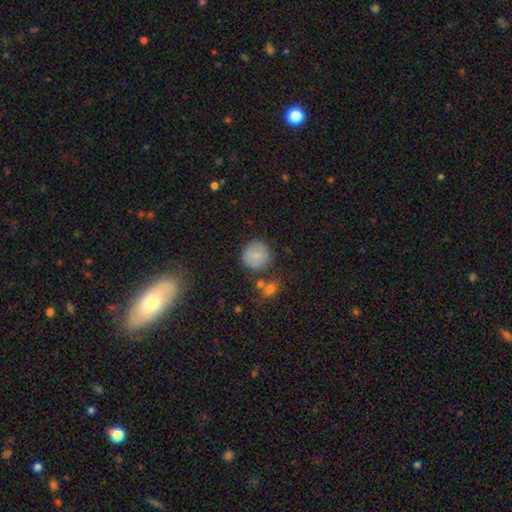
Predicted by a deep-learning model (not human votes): This appears to be a smooth galaxy with no disk features (79%) that is round (94%). Merging: none (82%).